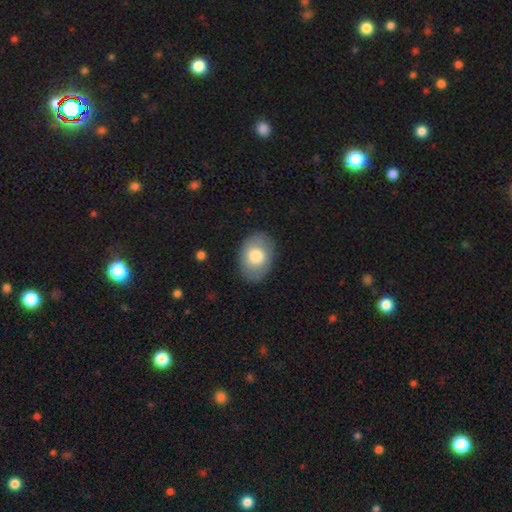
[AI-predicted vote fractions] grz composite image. It shows a smooth galaxy with no disk features (74%) that is in between round and cigar-shaped (79%). Merging: none (86%).